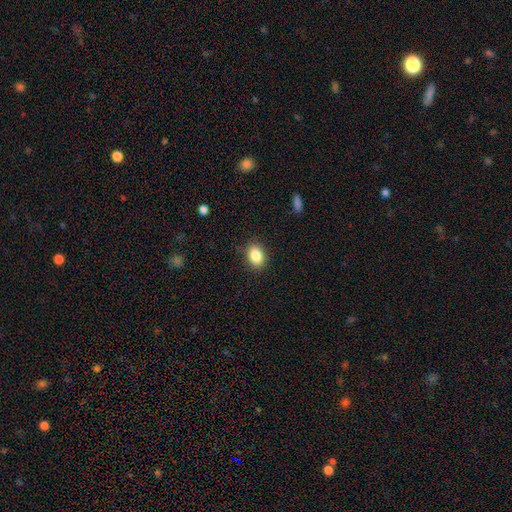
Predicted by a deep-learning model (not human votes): This is clearly a smooth galaxy (86%). How rounded: likely in between (76%). Merging: clearly none (88%).